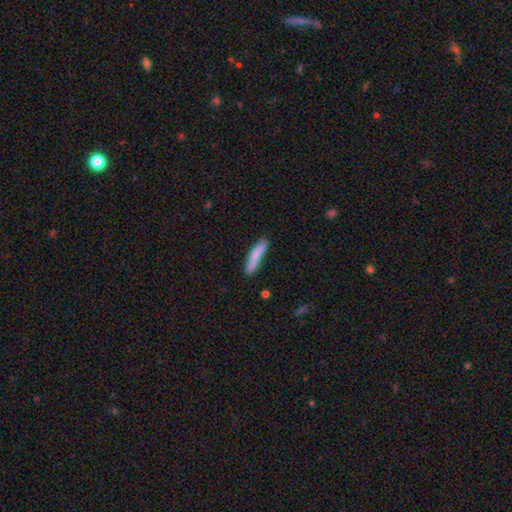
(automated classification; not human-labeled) Morphology: type=smooth (80%); roundness=cigar-shaped (88%); merging=none (79%).